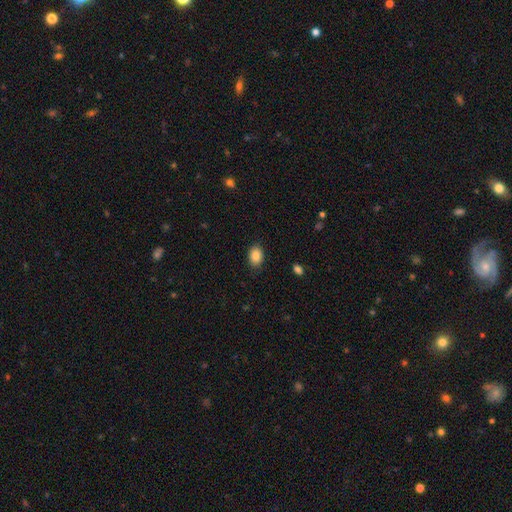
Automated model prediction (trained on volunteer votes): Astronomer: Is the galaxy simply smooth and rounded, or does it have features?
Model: smooth — 86%.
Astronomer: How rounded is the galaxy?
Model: in between — 77%.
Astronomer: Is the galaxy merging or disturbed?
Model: none — 86%.